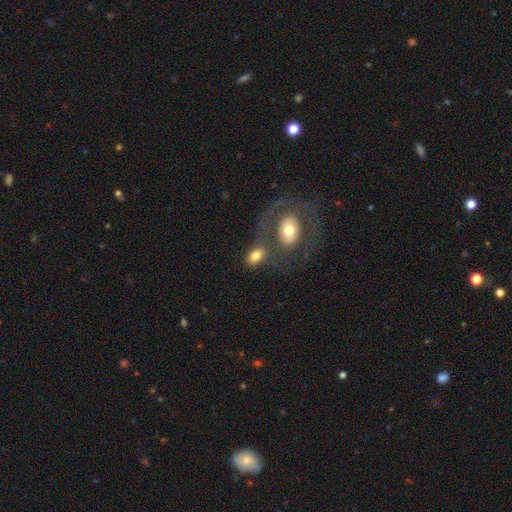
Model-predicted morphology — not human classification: Smooth or featured? Predicted: smooth (p=0.73). How rounded? Predicted: in between (p=0.83). Merging? Predicted: none (p=0.49).